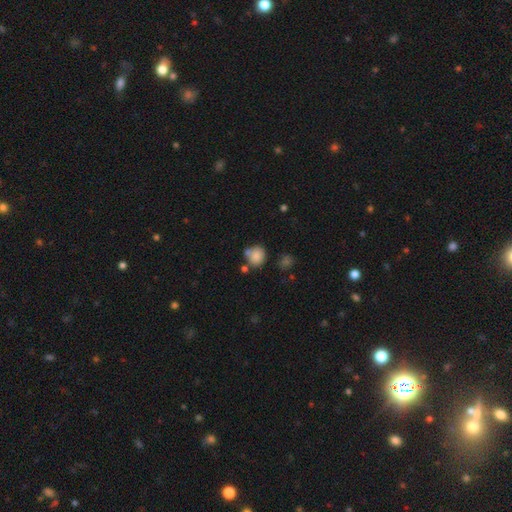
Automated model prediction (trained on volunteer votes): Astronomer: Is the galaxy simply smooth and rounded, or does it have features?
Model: smooth — 82%.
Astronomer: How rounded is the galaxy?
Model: round — 82%.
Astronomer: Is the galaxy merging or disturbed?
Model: none — 60%.